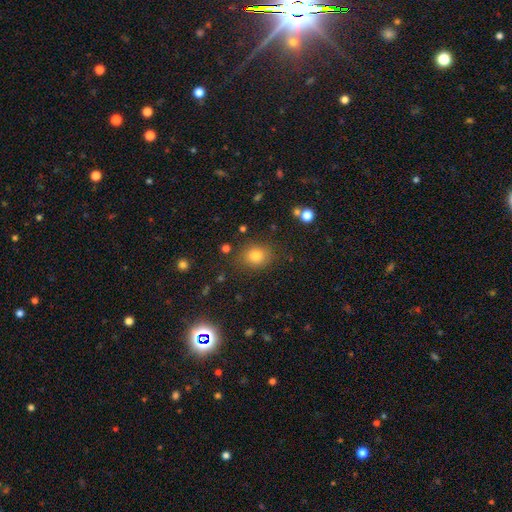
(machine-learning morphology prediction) Smooth or featured? Predicted: smooth (p=0.78). How rounded? Predicted: round (p=0.71). Merging? Predicted: none (p=0.84).